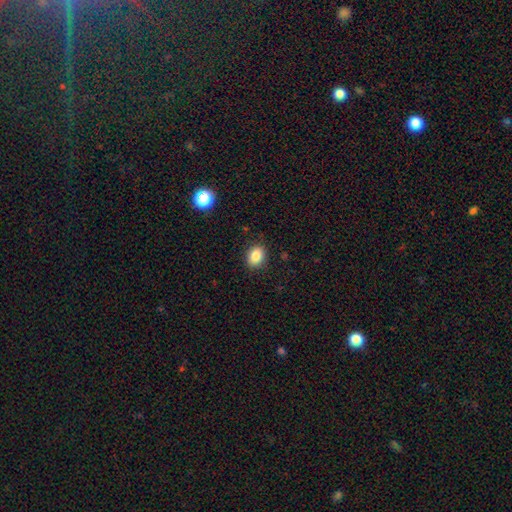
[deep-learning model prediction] This is clearly a smooth galaxy (85%). How rounded: possibly in between (54%). Merging: clearly none (87%).